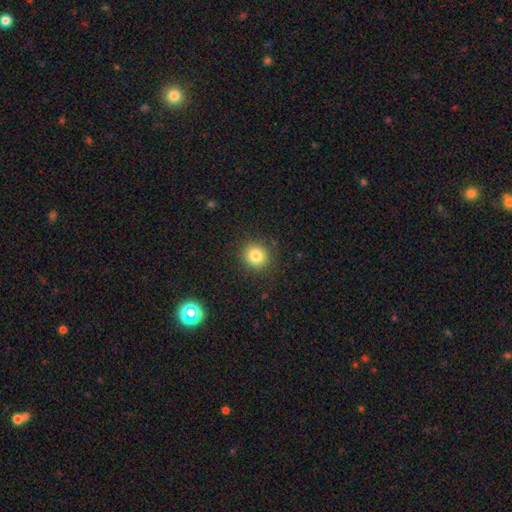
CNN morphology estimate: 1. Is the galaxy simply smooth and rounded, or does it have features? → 82% smooth, 12% star or artifact, 6% featured or disk.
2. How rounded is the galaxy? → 87% round, 12% in between, 1% cigar-shaped.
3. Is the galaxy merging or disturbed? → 89% none, 7% minor disturbance, 2% major disturbance, 1% merger.